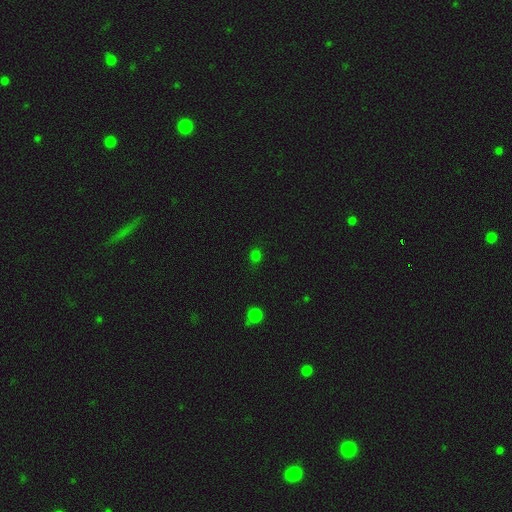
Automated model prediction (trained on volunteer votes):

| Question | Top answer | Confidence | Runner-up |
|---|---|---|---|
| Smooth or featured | smooth | 72% | star or artifact (24%) |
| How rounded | round | 69% | in between (30%) |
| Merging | none | 85% | minor disturbance (10%) |